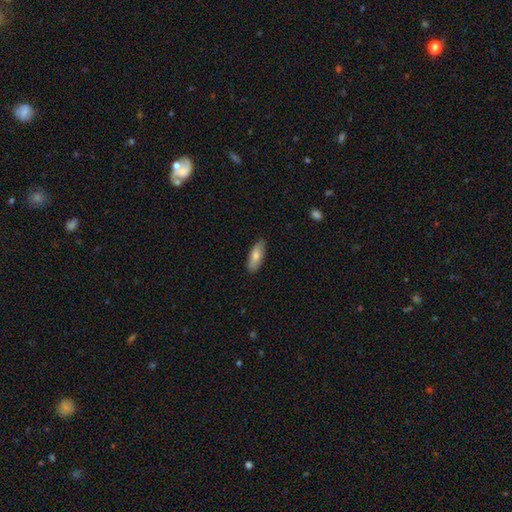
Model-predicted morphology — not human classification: This is likely a smooth galaxy (76%). How rounded: likely in between (71%). Merging: clearly none (85%).